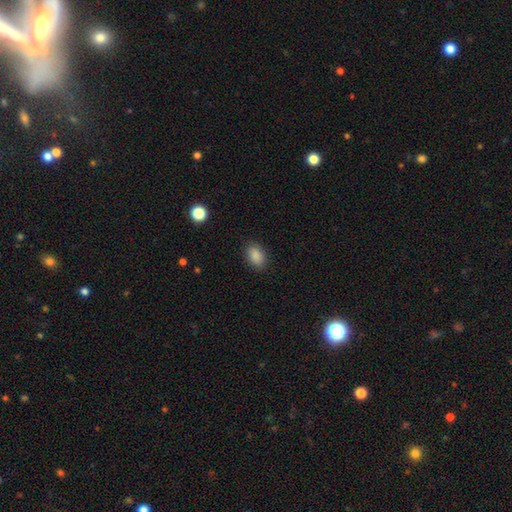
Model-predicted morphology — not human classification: This is clearly a smooth galaxy (88%). How rounded: clearly in between (84%). Merging: clearly none (87%).